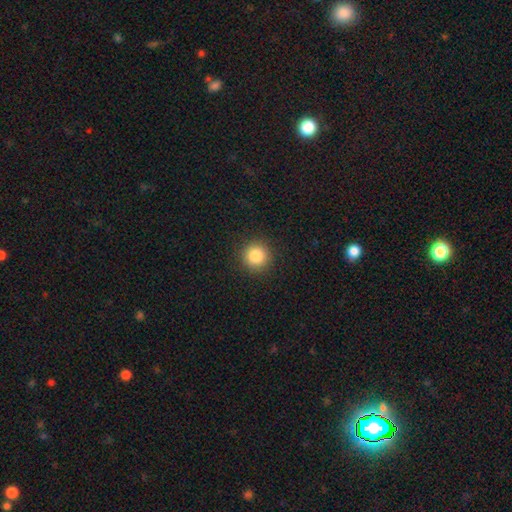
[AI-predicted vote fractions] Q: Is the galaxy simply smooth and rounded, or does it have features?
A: smooth — 85%.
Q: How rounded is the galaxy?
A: round — 95%.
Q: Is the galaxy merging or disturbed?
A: none — 91%.